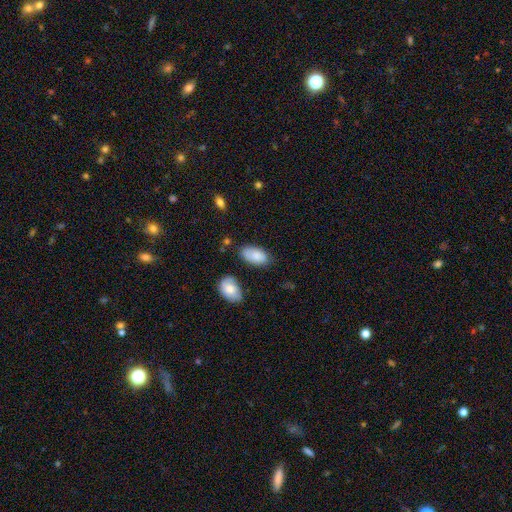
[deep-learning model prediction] This is likely a smooth galaxy (80%). How rounded: clearly in between (94%). Merging: likely none (66%).